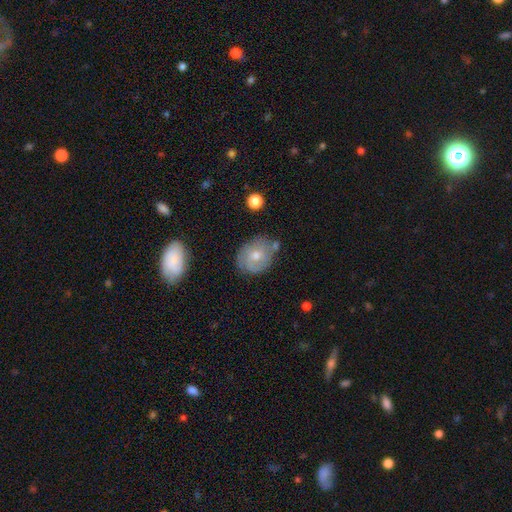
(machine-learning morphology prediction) smooth_or_featured: featured or disk (p=0.53) [alt: smooth p=0.39]
disk_edge_on: no (p=0.96) [alt: yes p=0.04]
bar: no (p=0.79) [alt: weak p=0.18]
has_spiral_arms: yes (p=0.72) [alt: no p=0.28]
bulge_size: moderate (p=0.61) [alt: small p=0.33]
merging: none (p=0.67) [alt: minor disturbance p=0.22]